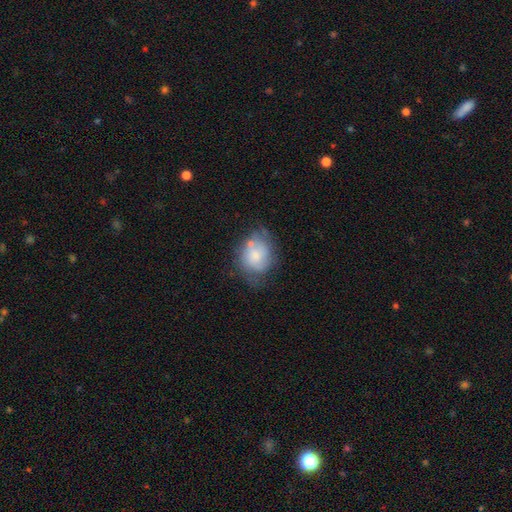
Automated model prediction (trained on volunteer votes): Smooth or featured? Predicted: smooth (p=0.56). How rounded? Predicted: round (p=0.63). Merging? Predicted: none (p=0.46).